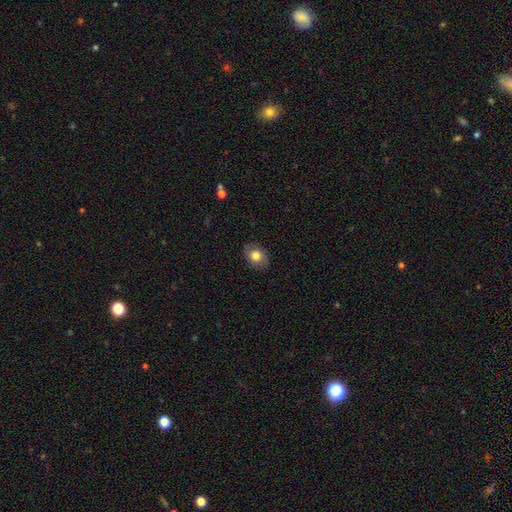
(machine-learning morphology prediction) Smooth or featured: smooth — 80% (featured or disk — 12%)
How rounded: in between — 59% (round — 40%)
Merging: none — 84% (minor disturbance — 12%)